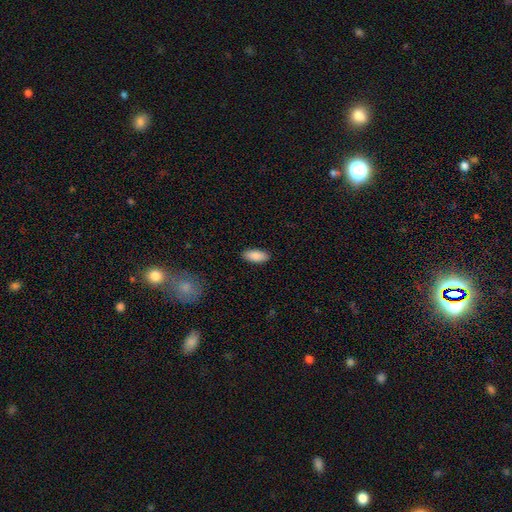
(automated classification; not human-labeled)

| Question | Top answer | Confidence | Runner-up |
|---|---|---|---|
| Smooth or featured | smooth | 89% | star or artifact (6%) |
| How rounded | in between | 88% | cigar-shaped (10%) |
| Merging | none | 89% | minor disturbance (8%) |